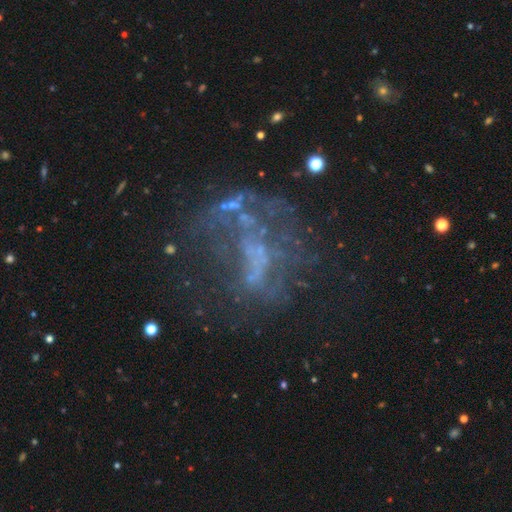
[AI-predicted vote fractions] smooth_or_featured: featured or disk (p=0.59) [alt: star or artifact p=0.27]
disk_edge_on: no (p=0.96) [alt: yes p=0.04]
bar: no (p=0.74) [alt: weak p=0.16]
has_spiral_arms: no (p=0.80) [alt: yes p=0.20]
bulge_size: none (p=0.76) [alt: small p=0.14]
merging: none (p=0.40) [alt: major disturbance p=0.38]